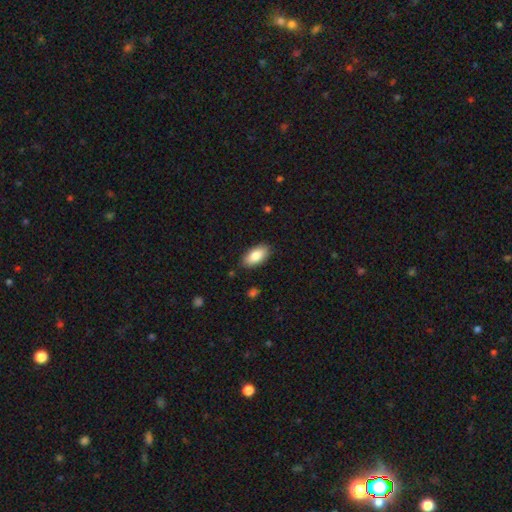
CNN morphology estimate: Q: Smooth or featured?
A: smooth (85%); runner-up: featured or disk (9%)
Q: How rounded?
A: in between (92%); runner-up: cigar-shaped (5%)
Q: Merging?
A: none (87%); runner-up: minor disturbance (10%)